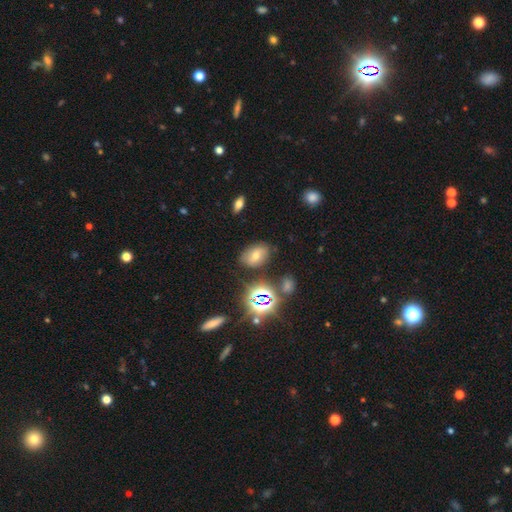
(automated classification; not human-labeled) smooth 48%, star or artifact 32%, featured or disk 20%. Down the decision tree: merging — none (78%).